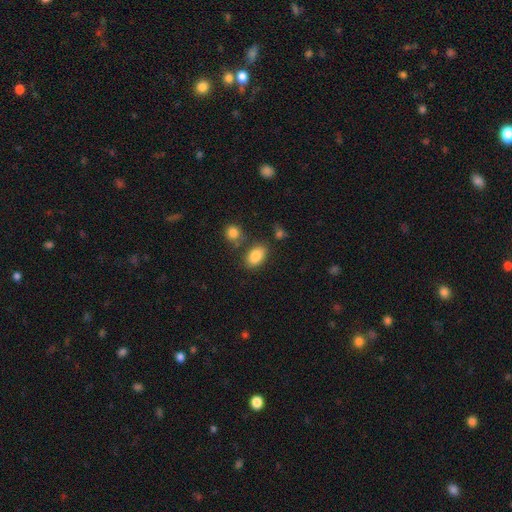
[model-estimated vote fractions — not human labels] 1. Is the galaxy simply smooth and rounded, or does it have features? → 86% smooth, 8% star or artifact, 6% featured or disk.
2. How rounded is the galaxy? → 88% in between, 10% round, 2% cigar-shaped.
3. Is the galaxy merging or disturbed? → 75% none, 13% minor disturbance, 8% merger, 4% major disturbance.